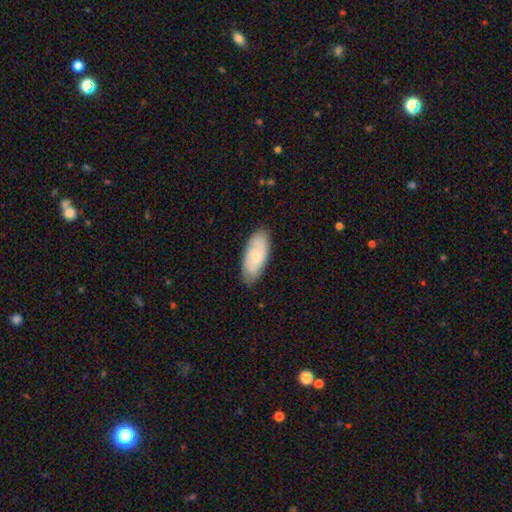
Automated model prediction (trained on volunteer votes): smooth 55%, featured or disk 39%, star or artifact 7%. Down the decision tree: how rounded — in between (84%); merging — none (81%).